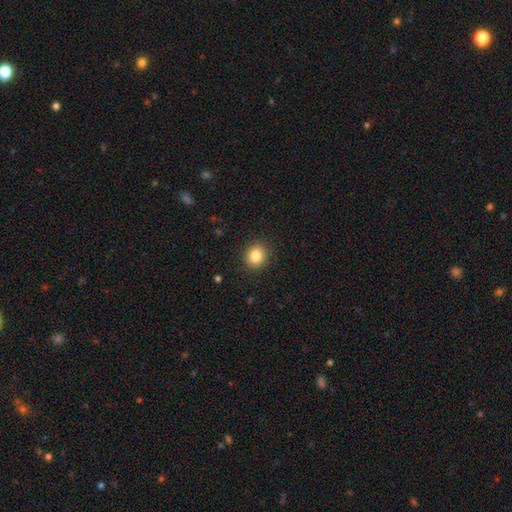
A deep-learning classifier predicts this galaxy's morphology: Overall: smooth (84%). How rounded: round (78%). Merging: none (90%).